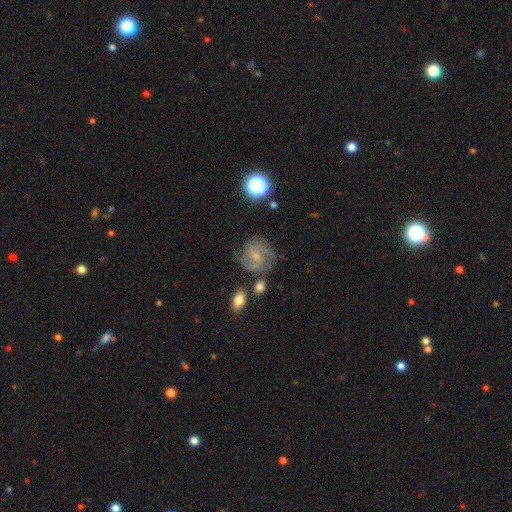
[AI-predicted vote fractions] Morphology: type=featured or disk (74%); edge-on=no (98%); bar=weak (48%); spiral arms=yes (94%); winding=medium (45%); arm count=2 (65%); bulge=small (59%); merging=none (70%).